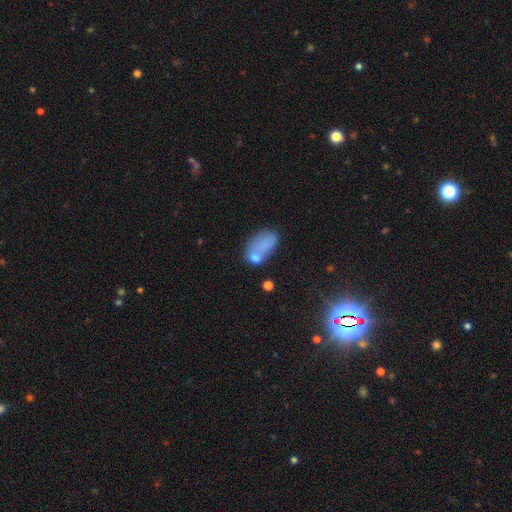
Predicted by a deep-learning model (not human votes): A smooth galaxy with no disk features (68%) that is in between round and cigar-shaped (89%). Merging: none (36%).